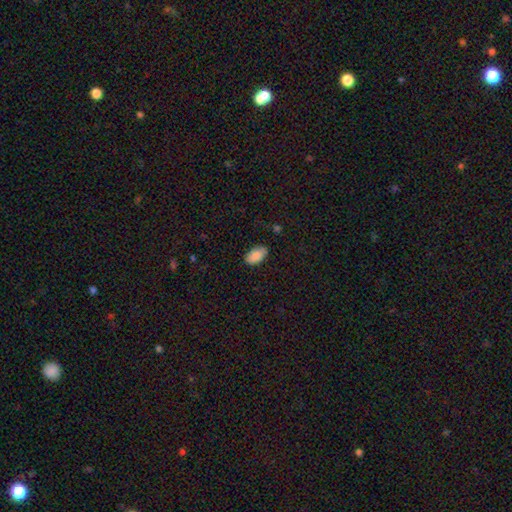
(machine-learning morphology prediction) Q: Smooth or featured?
A: smooth (88%); runner-up: star or artifact (7%)
Q: How rounded?
A: in between (94%); runner-up: round (4%)
Q: Merging?
A: none (84%); runner-up: minor disturbance (12%)